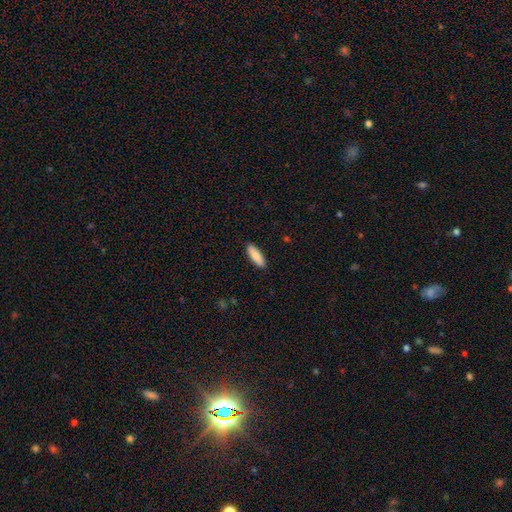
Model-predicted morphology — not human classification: This is clearly a smooth galaxy (86%). How rounded: possibly in between (60%). Merging: clearly none (90%).